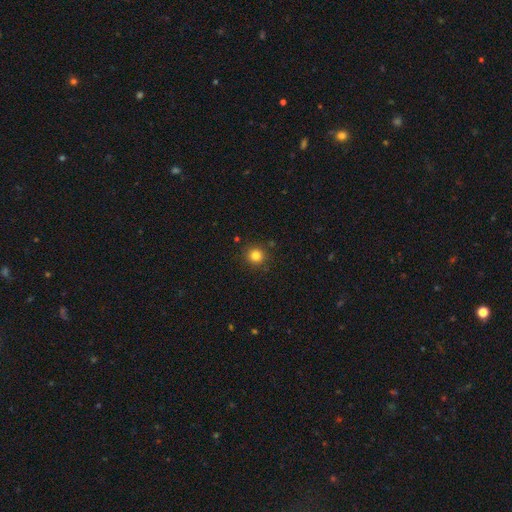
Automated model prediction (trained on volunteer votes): The model was most divided on "smooth or featured": smooth: 82%, star or artifact: 13%, featured or disk: 5%. More confident: how rounded — round (94%); merging — none (89%).